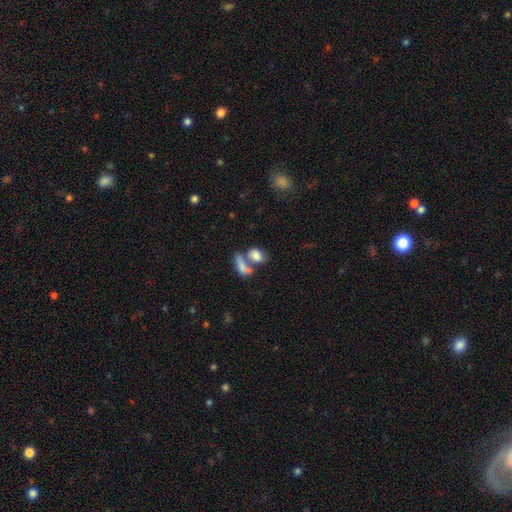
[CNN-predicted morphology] A smooth galaxy with no disk features (78%) that is in between round and cigar-shaped (83%). Merging: merger (52%).